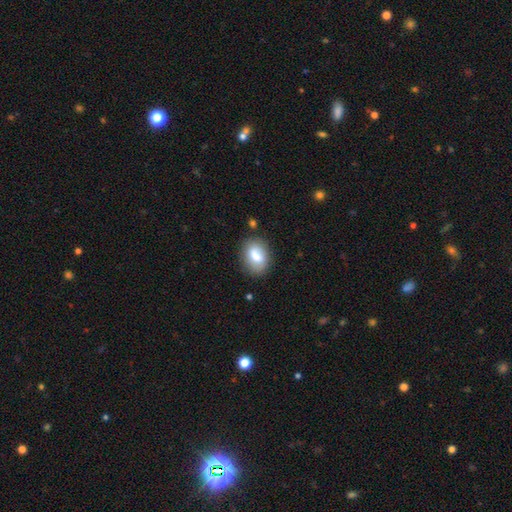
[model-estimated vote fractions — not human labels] A smooth galaxy with no disk features (76%) that is in between round and cigar-shaped (75%). Merging: none (79%).